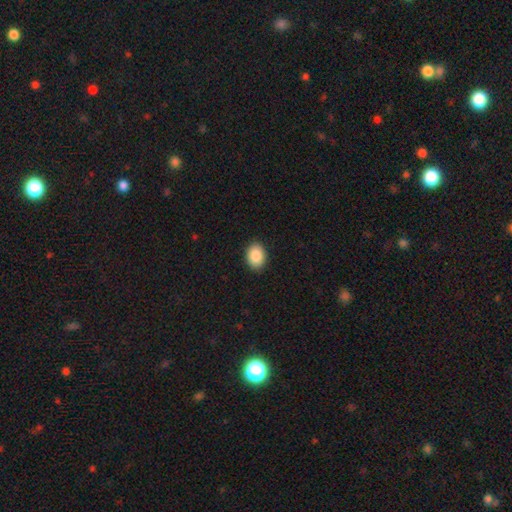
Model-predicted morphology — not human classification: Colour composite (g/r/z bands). It shows a smooth galaxy with no disk features (89%) that is in between round and cigar-shaped (74%). Merging: none (91%).